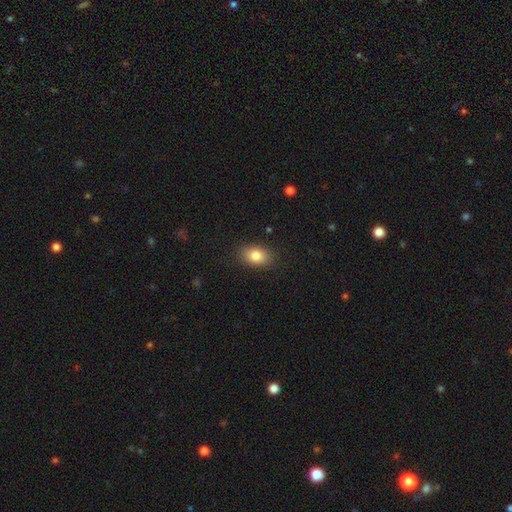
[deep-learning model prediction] A smooth galaxy with no disk features (82%) that is in between round and cigar-shaped (82%). Merging: none (87%).